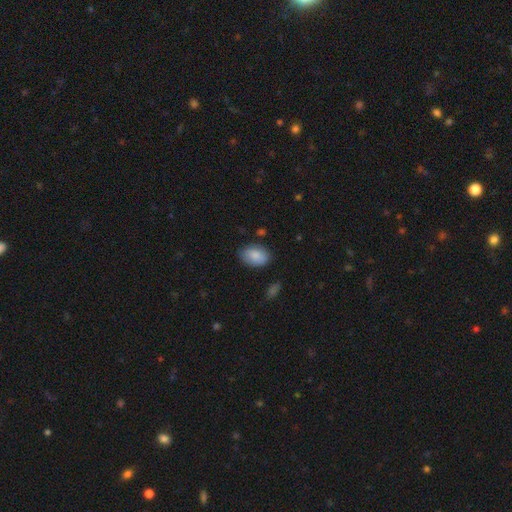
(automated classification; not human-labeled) This is clearly a smooth galaxy (86%). How rounded: clearly in between (87%). Merging: clearly none (81%).